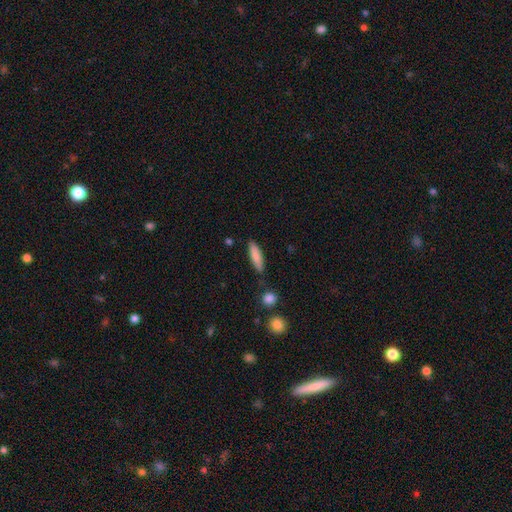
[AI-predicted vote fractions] Smooth or featured: smooth — 84% (featured or disk — 10%)
How rounded: cigar-shaped — 68% (in between — 30%)
Merging: none — 81% (minor disturbance — 13%)